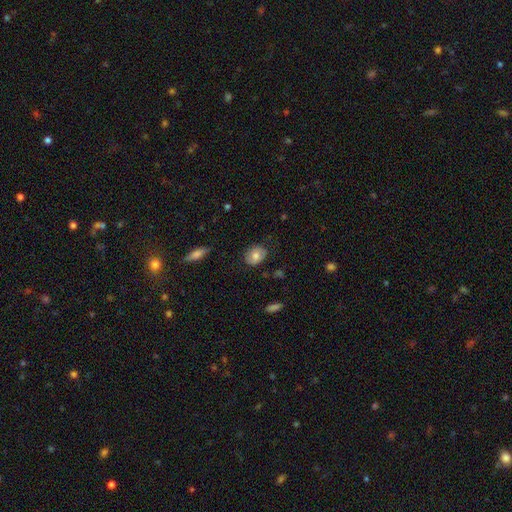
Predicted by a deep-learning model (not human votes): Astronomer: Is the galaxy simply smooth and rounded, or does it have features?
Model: smooth — 72%.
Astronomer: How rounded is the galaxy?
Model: in between — 60% (runner-up: round, 39%).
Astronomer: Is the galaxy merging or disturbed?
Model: none — 79%.